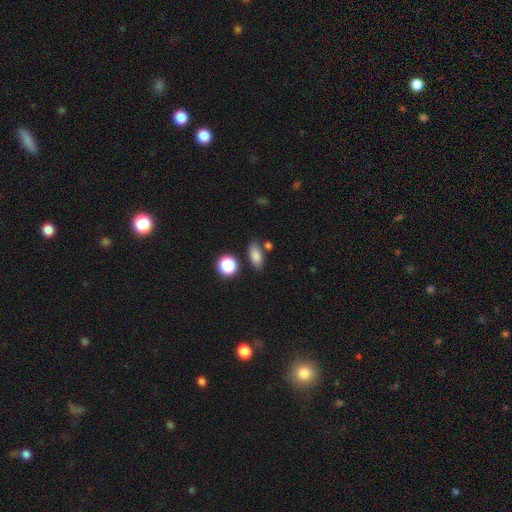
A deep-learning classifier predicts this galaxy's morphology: This appears to be a smooth galaxy with no disk features (83%) that is in between round and cigar-shaped (82%). Merging: none (75%).